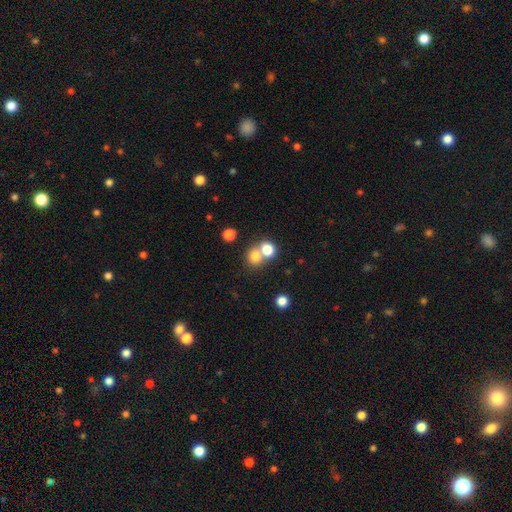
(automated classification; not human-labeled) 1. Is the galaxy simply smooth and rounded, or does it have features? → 76% smooth, 14% star or artifact, 10% featured or disk.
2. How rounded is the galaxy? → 80% round, 19% in between, 1% cigar-shaped.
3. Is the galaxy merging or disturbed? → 46% merger, 45% none, 6% minor disturbance, 3% major disturbance.